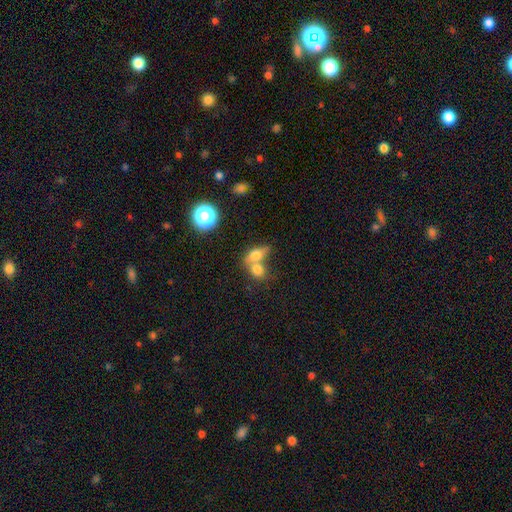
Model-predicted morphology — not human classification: smooth_or_featured: smooth (p=0.73) [alt: featured or disk p=0.17]
how_rounded: in between (p=0.65) [alt: round p=0.29]
merging: merger (p=0.64) [alt: none p=0.25]